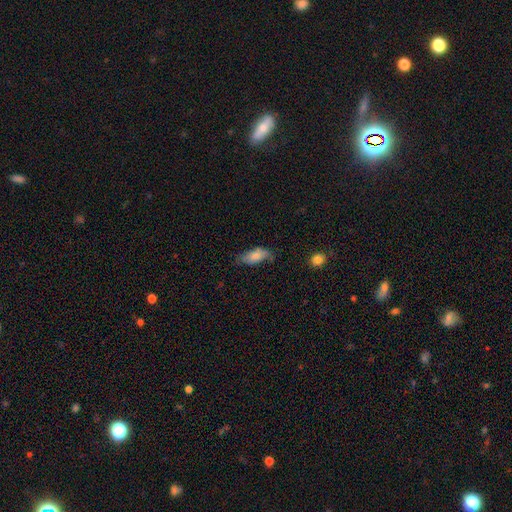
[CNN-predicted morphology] Smooth or featured: smooth — 76% (featured or disk — 17%)
How rounded: in between — 81% (cigar-shaped — 16%)
Merging: none — 58% (minor disturbance — 31%)